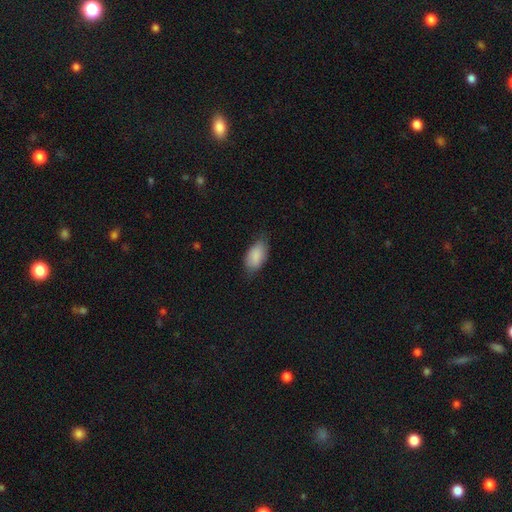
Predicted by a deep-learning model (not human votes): Smooth or featured? Predicted: smooth (p=0.87). How rounded? Predicted: in between (p=0.93). Merging? Predicted: none (p=0.69).